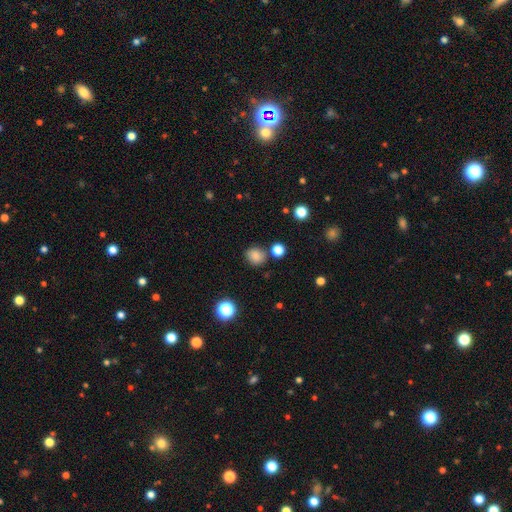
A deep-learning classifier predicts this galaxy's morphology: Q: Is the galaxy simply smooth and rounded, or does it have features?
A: smooth — 81%.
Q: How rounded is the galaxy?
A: round — 78%.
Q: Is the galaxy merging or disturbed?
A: none — 78%.